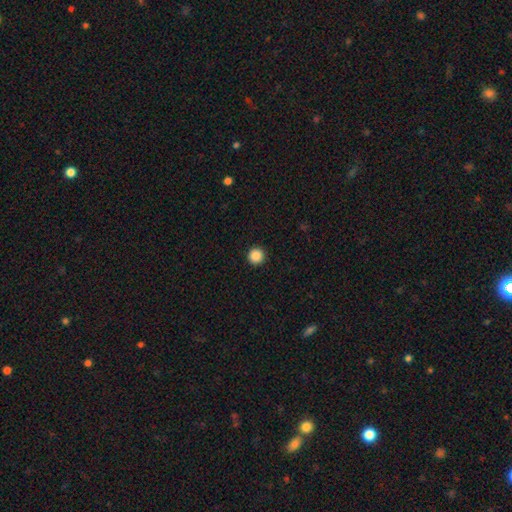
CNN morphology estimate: This appears to be a smooth galaxy with no disk features (88%) that is round (96%). Merging: none (94%).